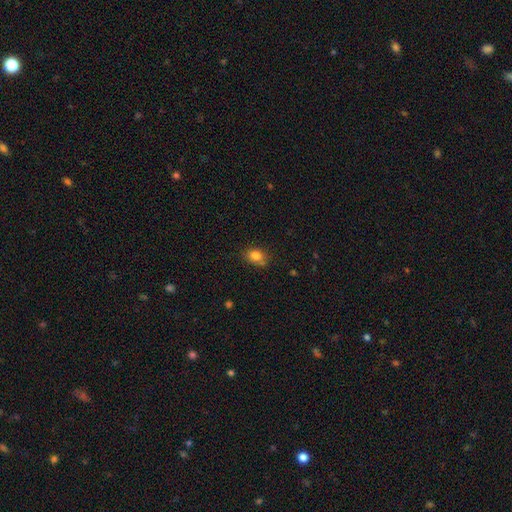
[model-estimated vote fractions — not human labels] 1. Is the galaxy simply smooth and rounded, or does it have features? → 82% smooth, 10% star or artifact, 7% featured or disk.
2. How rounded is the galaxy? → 61% in between, 37% round, 1% cigar-shaped.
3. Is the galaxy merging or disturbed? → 69% none, 21% minor disturbance, 5% merger, 4% major disturbance.